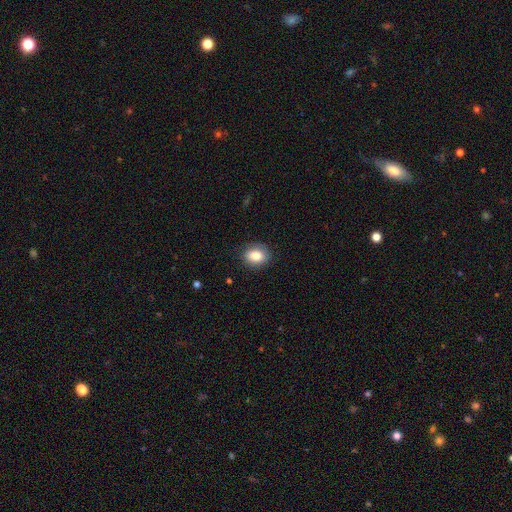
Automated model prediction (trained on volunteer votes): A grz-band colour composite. It shows a smooth galaxy with no disk features (83%) that is in between round and cigar-shaped (55%). Merging: none (85%).